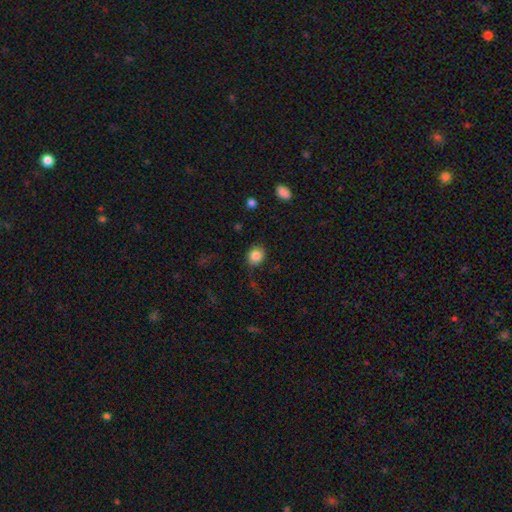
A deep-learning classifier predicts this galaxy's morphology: smooth_or_featured: smooth (p=0.85) [alt: star or artifact p=0.09]
how_rounded: round (p=0.65) [alt: in between p=0.34]
merging: none (p=0.84) [alt: minor disturbance p=0.12]